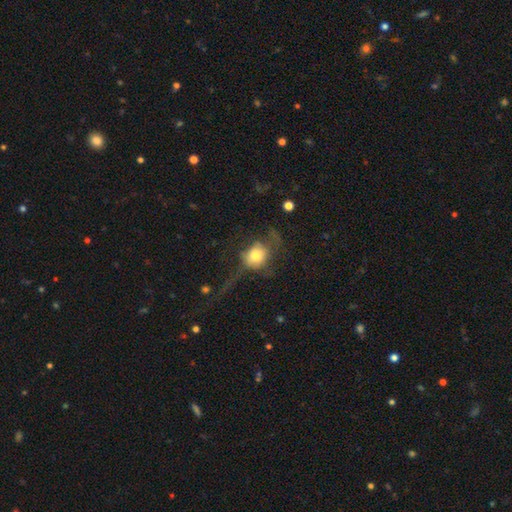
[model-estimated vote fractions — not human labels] Smooth or featured: smooth — 61% (featured or disk — 29%)
How rounded: round — 65% (in between — 33%)
Merging: major disturbance — 49% (none — 31%)